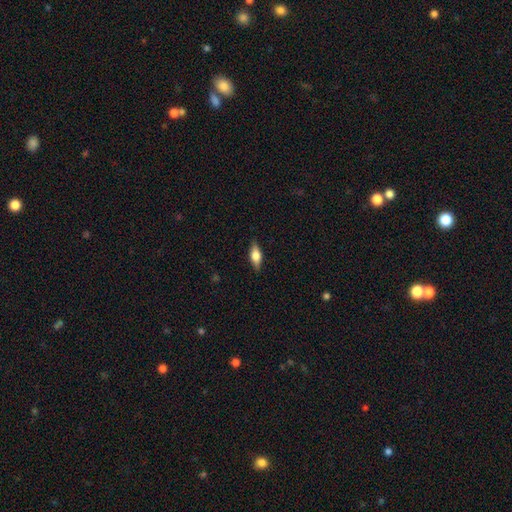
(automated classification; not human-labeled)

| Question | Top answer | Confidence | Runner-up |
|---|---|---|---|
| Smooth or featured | smooth | 52% | featured or disk (41%) |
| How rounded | in between | 67% | cigar-shaped (29%) |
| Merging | none | 87% | minor disturbance (10%) |